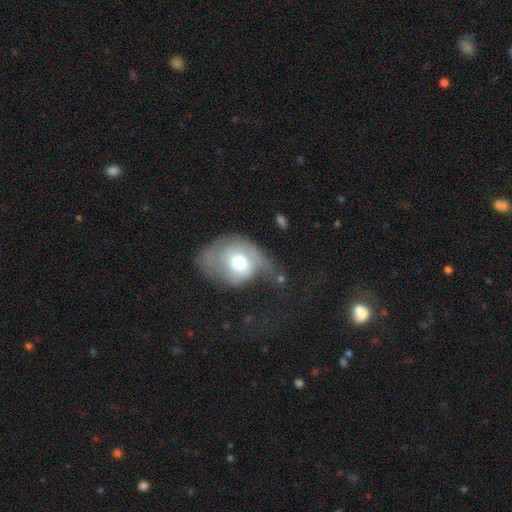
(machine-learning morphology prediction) Q: Smooth or featured?
A: smooth (45%); runner-up: featured or disk (42%)
Q: Merging?
A: major disturbance (44%); runner-up: none (32%)